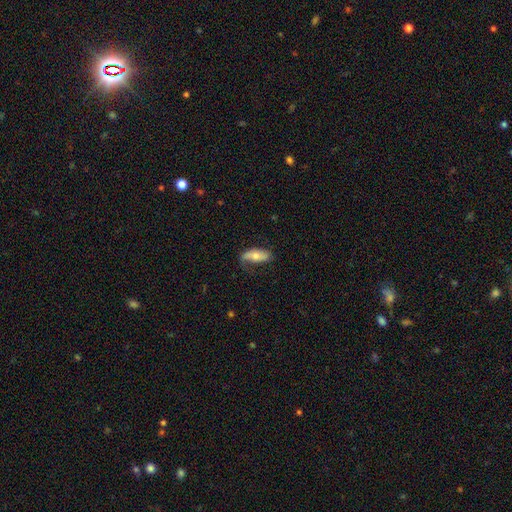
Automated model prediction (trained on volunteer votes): A smooth galaxy with no disk features (56%) that is in between round and cigar-shaped (75%).

Vote fractions:
- Smooth or featured? smooth: 56% / featured or disk: 38% / star or artifact: 6%
- How rounded? in between: 75% / cigar-shaped: 22% / round: 3%
- Merging? none: 54% / minor disturbance: 30% / major disturbance: 14% / merger: 2%